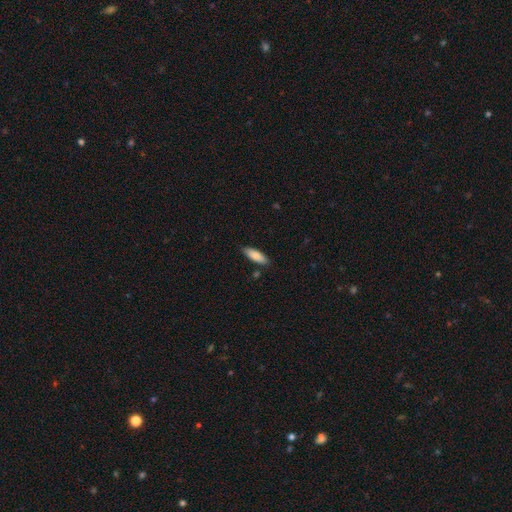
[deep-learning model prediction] The model was most divided on "how rounded": in between: 64%, cigar-shaped: 34%, round: 2%. More confident: merging — none (85%); smooth or featured — smooth (84%).